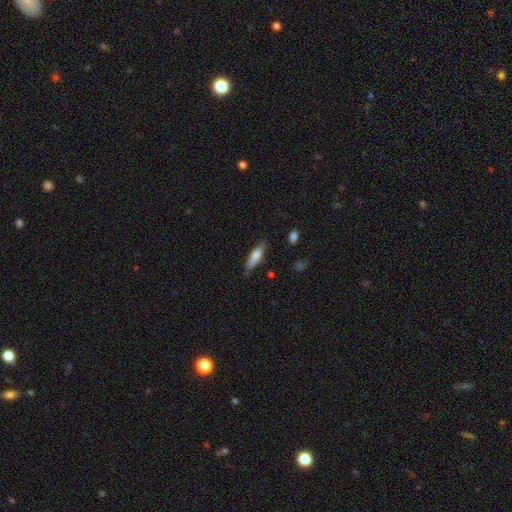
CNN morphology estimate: Smooth or featured? smooth (75%)
How rounded? cigar-shaped (64%)
Merging? none (68%)